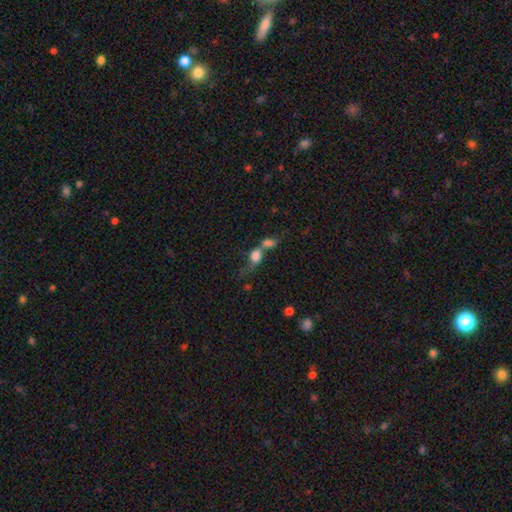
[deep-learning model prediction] smooth_or_featured: smooth (p=0.72) [alt: featured or disk p=0.17]
how_rounded: in between (p=0.57) [alt: round p=0.37]
merging: merger (p=0.74) [alt: none p=0.11]